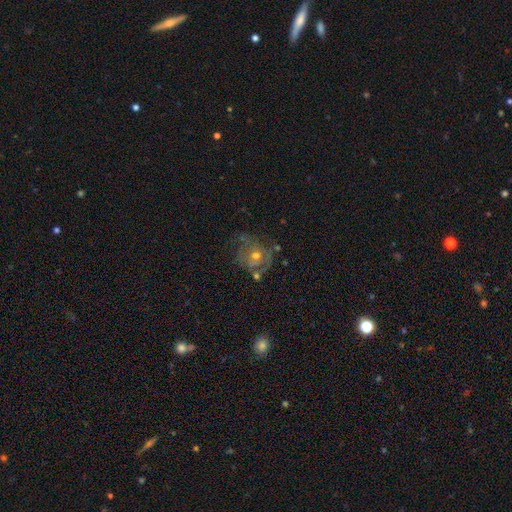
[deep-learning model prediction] smooth_or_featured: featured or disk (p=0.60) [alt: smooth p=0.28]
disk_edge_on: no (p=0.97) [alt: yes p=0.03]
bar: no (p=0.79) [alt: weak p=0.17]
has_spiral_arms: yes (p=0.51) [alt: no p=0.49]
bulge_size: moderate (p=0.65) [alt: small p=0.29]
merging: none (p=0.40) [alt: major disturbance p=0.26]